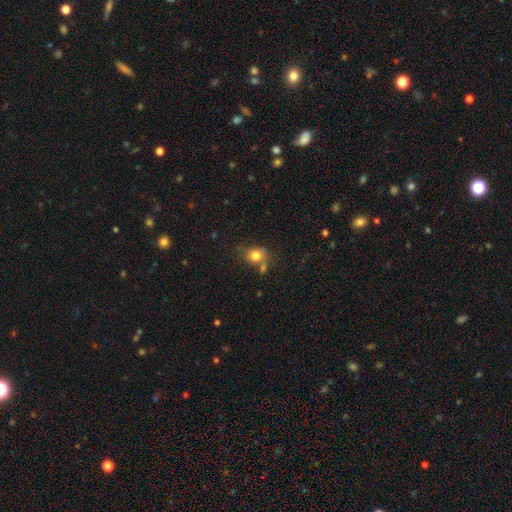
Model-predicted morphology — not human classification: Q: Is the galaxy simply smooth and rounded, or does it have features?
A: smooth — 79%.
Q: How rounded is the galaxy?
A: round — 64%.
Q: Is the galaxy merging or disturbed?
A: none — 57%.